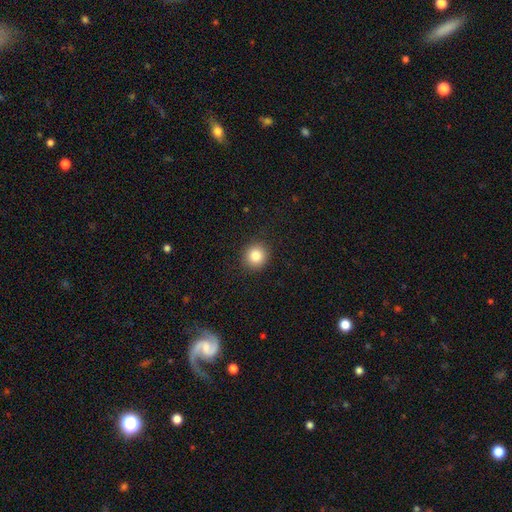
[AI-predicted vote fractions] Morphology: type=smooth (84%); roundness=round (91%); merging=none (91%).